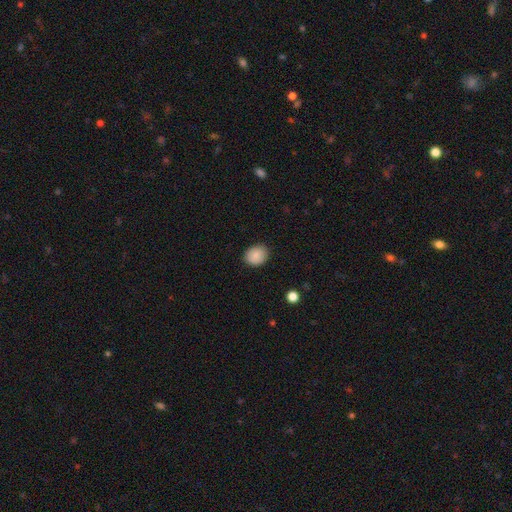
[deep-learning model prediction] Smooth or featured? smooth (87%)
How rounded? round (54%)
Merging? none (86%)